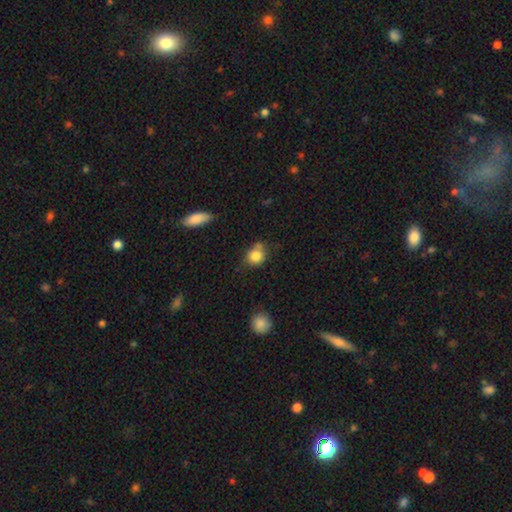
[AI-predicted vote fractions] smooth 83%, star or artifact 10%, featured or disk 8%. Down the decision tree: how rounded — round (71%); merging — none (59%).